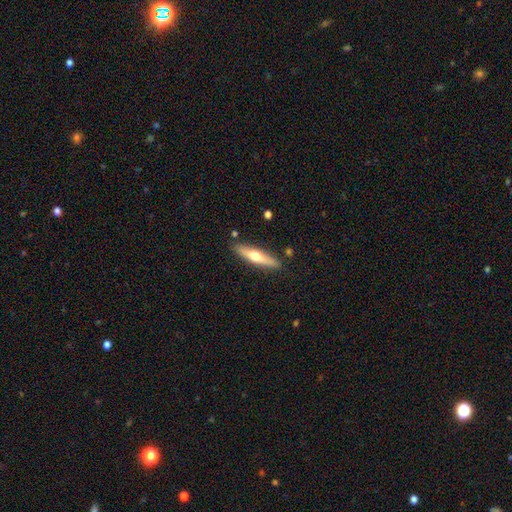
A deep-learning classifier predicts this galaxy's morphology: This appears to be a featured or disk galaxy (49%). Merging: none (86%).